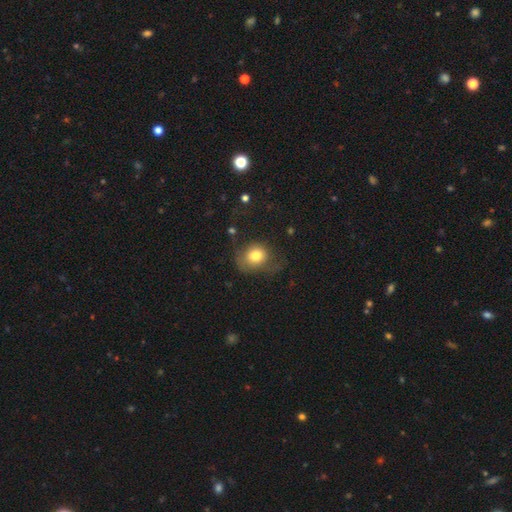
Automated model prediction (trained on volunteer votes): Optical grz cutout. It shows a smooth galaxy with no disk features (76%) that is round (68%). Merging: none (45%).